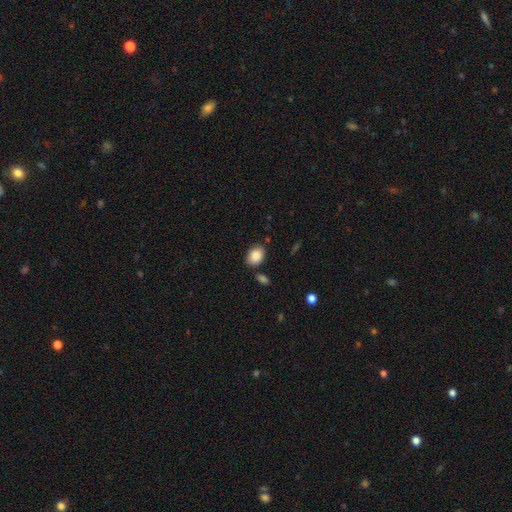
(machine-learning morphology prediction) A smooth galaxy with no disk features (88%) that is in between round and cigar-shaped (76%).

Vote fractions:
- Smooth or featured? smooth: 88% / star or artifact: 7% / featured or disk: 4%
- How rounded? in between: 76% / round: 23% / cigar-shaped: 1%
- Merging? none: 78% / minor disturbance: 13% / merger: 6% / major disturbance: 3%